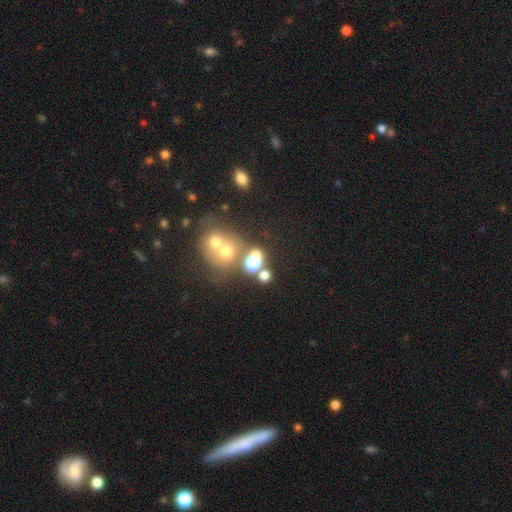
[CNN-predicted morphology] Smooth or featured?
  - smooth: 59% *
  - star or artifact: 25%
  - featured or disk: 16%
How rounded?
  - round: 74% *
  - in between: 25%
  - cigar-shaped: 2%
Merging?
  - none: 43% *
  - merger: 42%
  - minor disturbance: 8%
  - major disturbance: 6%